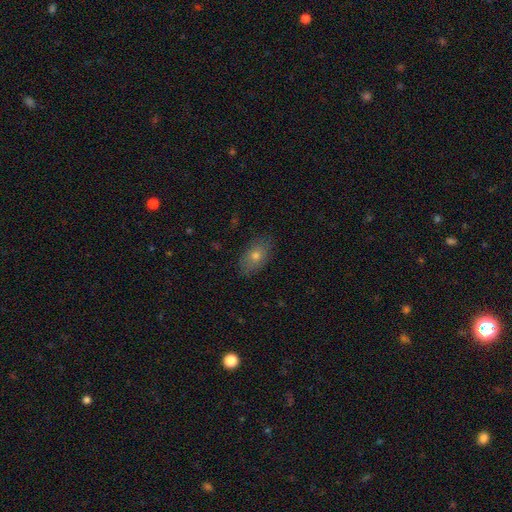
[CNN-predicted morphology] Smooth or featured: smooth — 70% (featured or disk — 20%)
How rounded: in between — 87% (round — 10%)
Merging: none — 84% (minor disturbance — 12%)